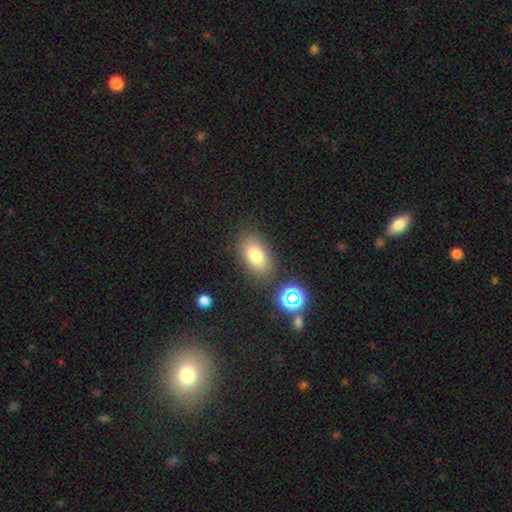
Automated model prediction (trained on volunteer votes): Morphology: type=smooth (78%); roundness=in between (88%); merging=none (81%).